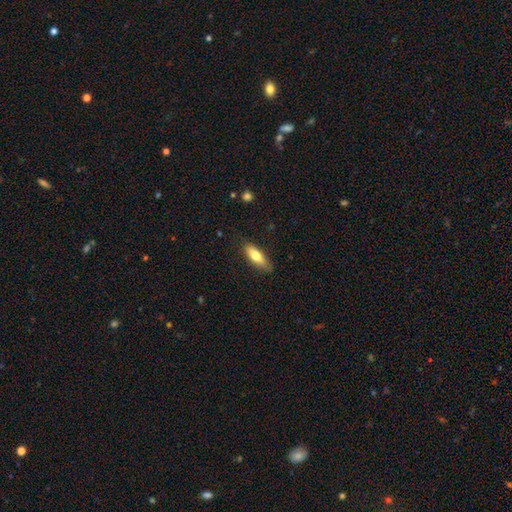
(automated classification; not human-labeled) Q: Smooth or featured?
A: smooth (72%); runner-up: featured or disk (22%)
Q: How rounded?
A: in between (64%); runner-up: cigar-shaped (33%)
Q: Merging?
A: none (78%); runner-up: minor disturbance (17%)